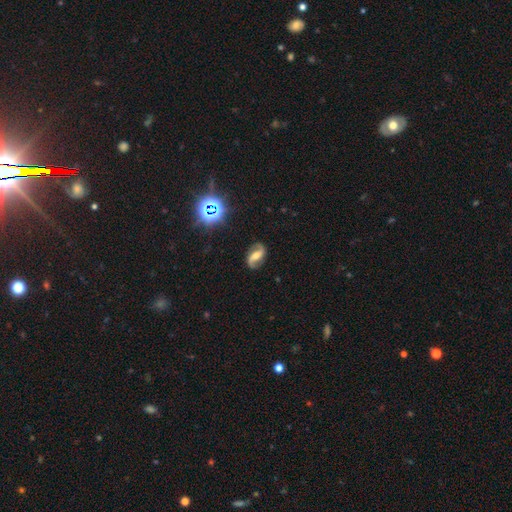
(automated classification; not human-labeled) A featured or disk galaxy (83%) with a strong bar (40%), 2 (93%) loose (48%) spiral arms (96%) and a moderate central bulge (53%).

Vote fractions:
- Smooth or featured? featured or disk: 83% / star or artifact: 9% / smooth: 8%
- Edge-on disk? no: 97% / yes: 3%
- Bar? strong: 40% / weak: 37% / no: 24%
- Spiral arms? yes: 96% / no: 4%
- Spiral winding? loose: 48% / medium: 39% / tight: 14%
- Spiral arm count? 2: 93% / can't tell: 2% / 1: 2% / 3: 1% / 4: 1% / more than 4: 1%
- Bulge size? moderate: 53% / small: 32% / large: 8% / none: 6% / dominant: 2%
- Merging? none: 84% / minor disturbance: 11% / major disturbance: 4% / merger: 1%